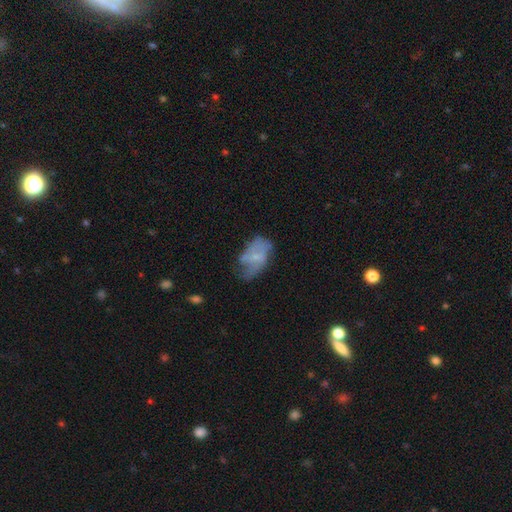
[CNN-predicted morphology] Q: Smooth or featured?
A: featured or disk (50%); runner-up: smooth (42%)
Q: Merging?
A: none (35%); runner-up: minor disturbance (34%)